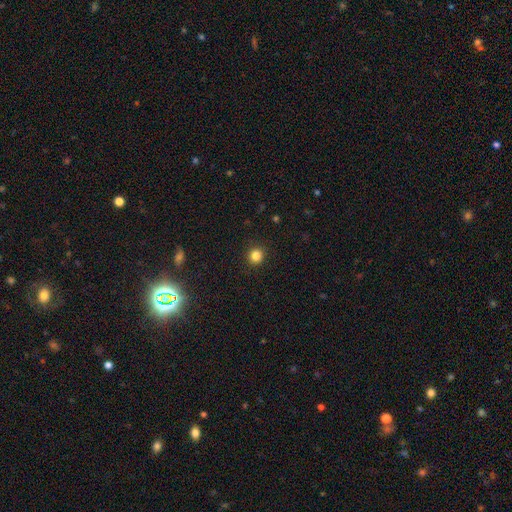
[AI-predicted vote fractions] Q: Smooth or featured?
A: smooth (84%); runner-up: star or artifact (12%)
Q: How rounded?
A: round (92%); runner-up: in between (7%)
Q: Merging?
A: none (92%); runner-up: minor disturbance (5%)